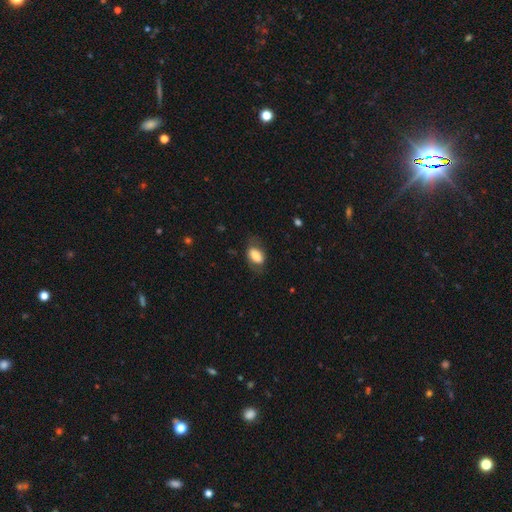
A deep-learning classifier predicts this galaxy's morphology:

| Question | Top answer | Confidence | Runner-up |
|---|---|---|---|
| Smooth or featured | smooth | 75% | featured or disk (18%) |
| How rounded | in between | 87% | round (11%) |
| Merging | none | 69% | minor disturbance (20%) |